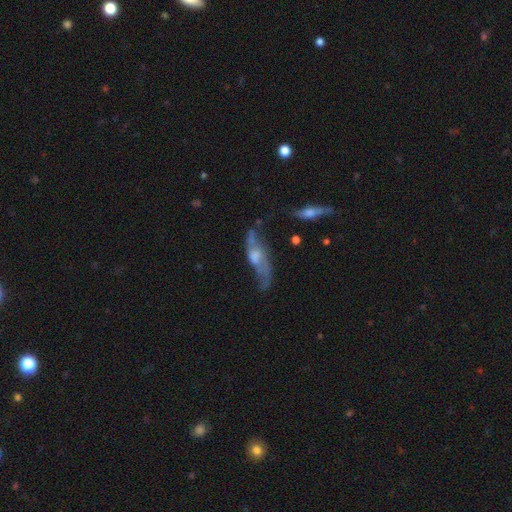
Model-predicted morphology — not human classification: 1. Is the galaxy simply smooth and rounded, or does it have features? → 67% featured or disk, 24% smooth, 9% star or artifact.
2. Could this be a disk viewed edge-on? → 63% no, 37% yes.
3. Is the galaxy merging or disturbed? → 48% none, 25% minor disturbance, 20% major disturbance, 7% merger.